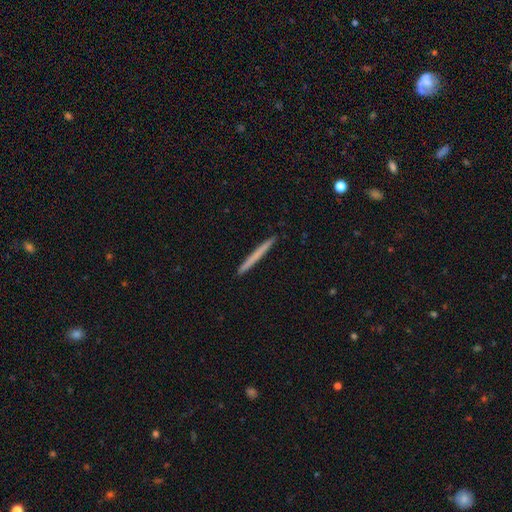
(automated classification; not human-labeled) Smooth or featured? smooth (63%)
How rounded? cigar-shaped (97%)
Merging? none (93%)